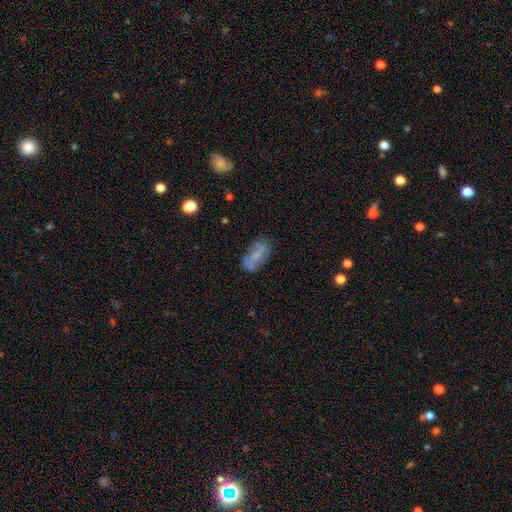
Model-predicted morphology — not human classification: The model was most divided on "smooth or featured": smooth: 51%, featured or disk: 38%, star or artifact: 11%. More confident: how rounded — in between (84%); merging — none (54%).